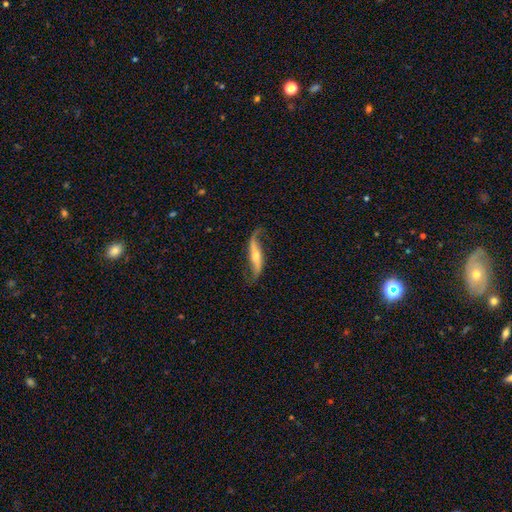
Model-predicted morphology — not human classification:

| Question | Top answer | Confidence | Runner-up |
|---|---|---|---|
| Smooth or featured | featured or disk | 83% | smooth (11%) |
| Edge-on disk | no | 78% | yes (22%) |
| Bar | strong | 41% | no (33%) |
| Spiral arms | yes | 93% | no (7%) |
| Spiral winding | loose | 89% | medium (7%) |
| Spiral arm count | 2 | 89% | 1 (6%) |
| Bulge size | moderate | 46% | small (45%) |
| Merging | none | 68% | minor disturbance (18%) |